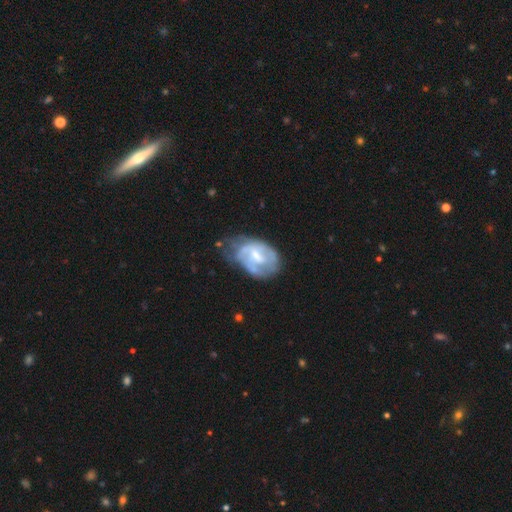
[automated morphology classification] Smooth or featured: featured or disk — 66% (smooth — 28%)
Edge-on disk: no — 97% (yes — 3%)
Bar: weak — 53% (no — 30%)
Spiral arms: yes — 62% (no — 38%)
Bulge size: moderate — 46% (small — 37%)
Merging: none — 37% (minor disturbance — 34%)